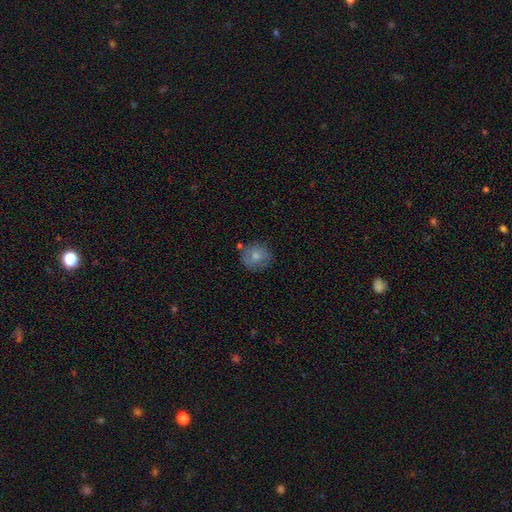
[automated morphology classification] Smooth or featured? smooth (75%)
How rounded? round (83%)
Merging? none (72%)